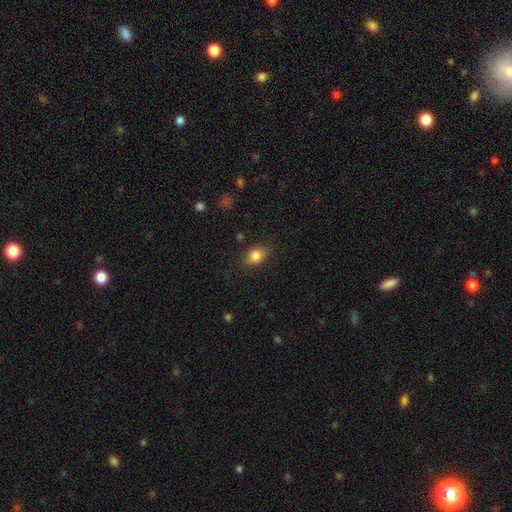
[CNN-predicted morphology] A smooth galaxy with no disk features (83%) that is in between round and cigar-shaped (73%). Merging: none (81%).